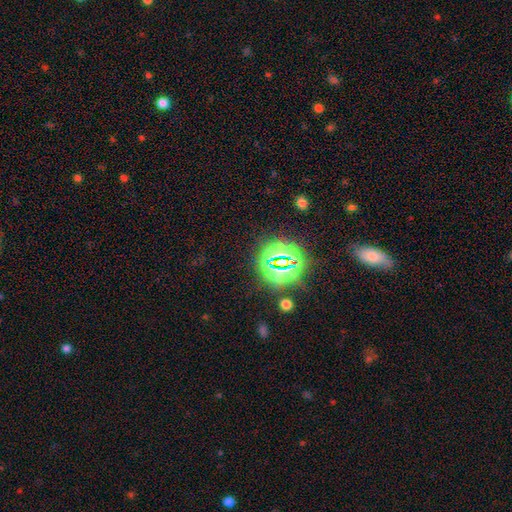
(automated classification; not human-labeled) This is likely a star or artifact rather than a galaxy (72%).